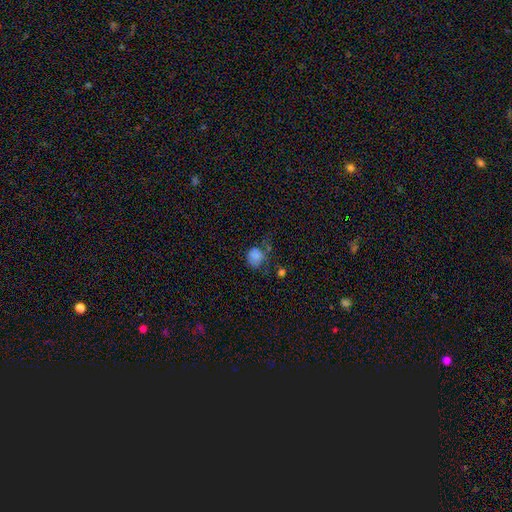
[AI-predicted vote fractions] Smooth or featured? smooth (75%)
How rounded? round (72%)
Merging? none (40%)